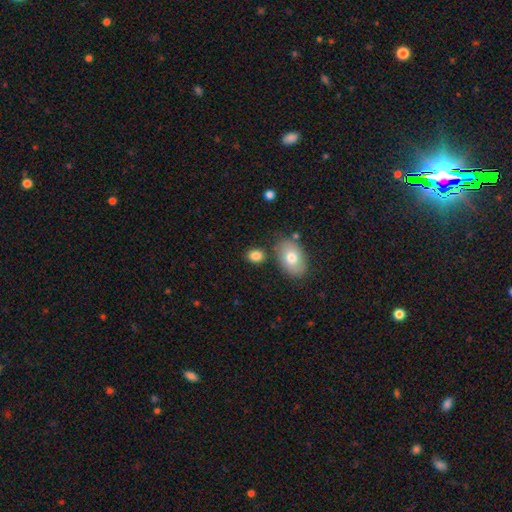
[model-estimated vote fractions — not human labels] A smooth galaxy with no disk features (84%) that is in between round and cigar-shaped (64%).

Vote fractions:
- Smooth or featured? smooth: 84% / star or artifact: 9% / featured or disk: 7%
- How rounded? in between: 64% / round: 35% / cigar-shaped: 2%
- Merging? none: 76% / minor disturbance: 12% / merger: 8% / major disturbance: 4%